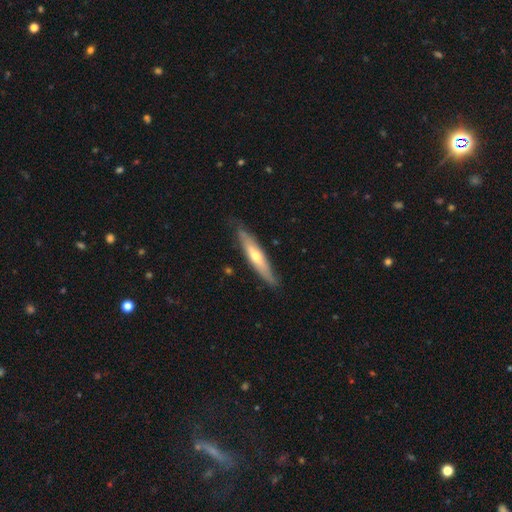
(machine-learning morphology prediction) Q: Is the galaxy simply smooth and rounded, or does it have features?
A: featured or disk — 51%.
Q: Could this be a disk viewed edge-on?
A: yes — 77%.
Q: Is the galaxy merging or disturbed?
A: none — 79%.